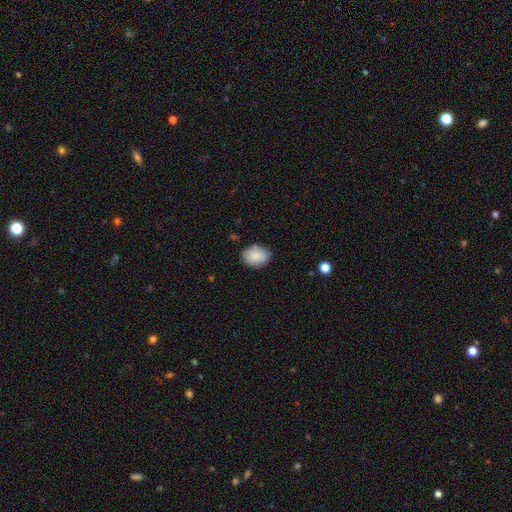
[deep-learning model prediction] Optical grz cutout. It shows a smooth galaxy with no disk features (87%) that is in between round and cigar-shaped (69%). Merging: none (78%).